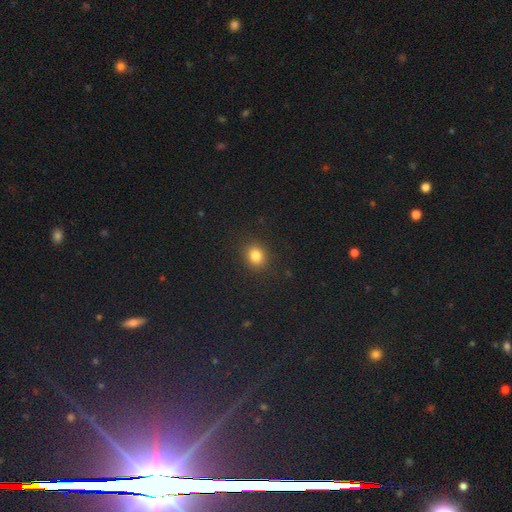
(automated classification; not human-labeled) A smooth galaxy with no disk features (82%) that is round (67%).

Vote fractions:
- Smooth or featured? smooth: 82% / star or artifact: 12% / featured or disk: 5%
- How rounded? round: 67% / in between: 32% / cigar-shaped: 1%
- Merging? none: 88% / minor disturbance: 8% / major disturbance: 3% / merger: 1%